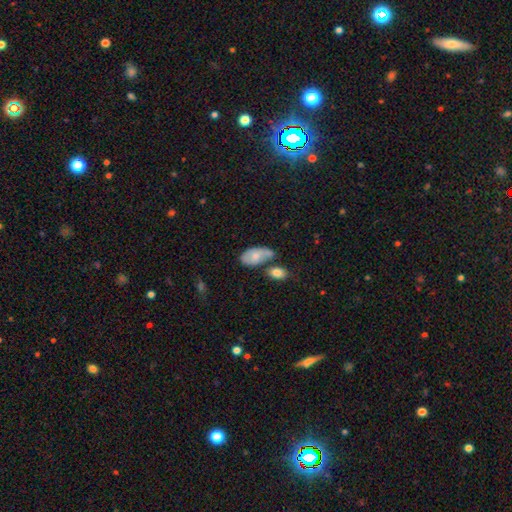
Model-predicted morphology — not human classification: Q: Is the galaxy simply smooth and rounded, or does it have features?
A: smooth — 62%.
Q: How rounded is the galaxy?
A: in between — 92%.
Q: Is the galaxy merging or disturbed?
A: none — 35%.